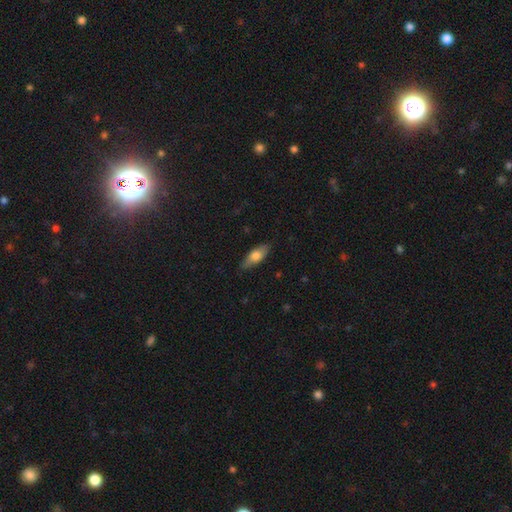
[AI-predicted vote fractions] Smooth or featured? smooth (69%)
How rounded? in between (71%)
Merging? none (85%)